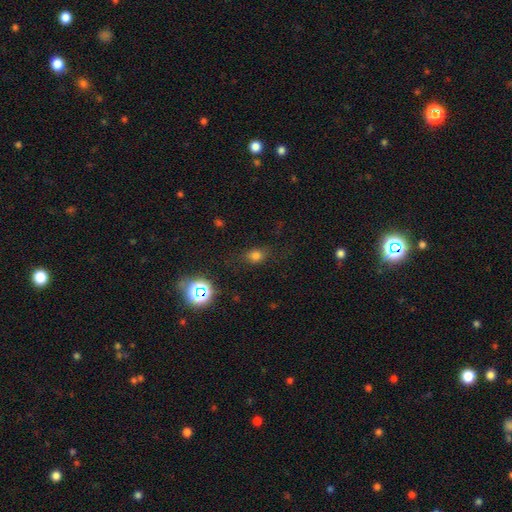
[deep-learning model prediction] This appears to be a smooth galaxy with no disk features (71%) that is round (49%). Merging: none (74%).